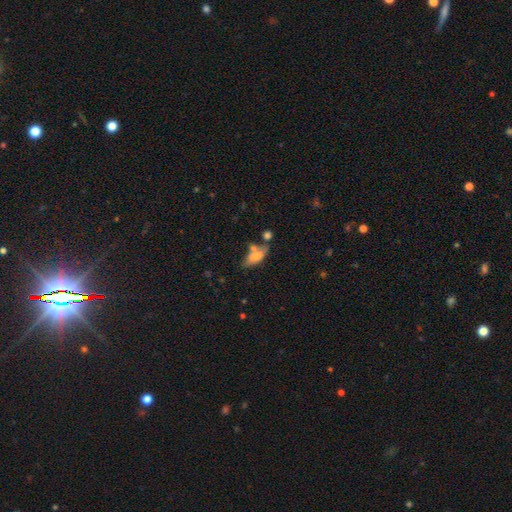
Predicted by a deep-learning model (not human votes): smooth-or-featured: smooth: 67% | featured or disk: 25% | star or artifact: 8%
  how-rounded: in between: 79% | cigar-shaped: 18% | round: 3%
  merging: none: 50% | merger: 23% | minor disturbance: 20% | major disturbance: 7%